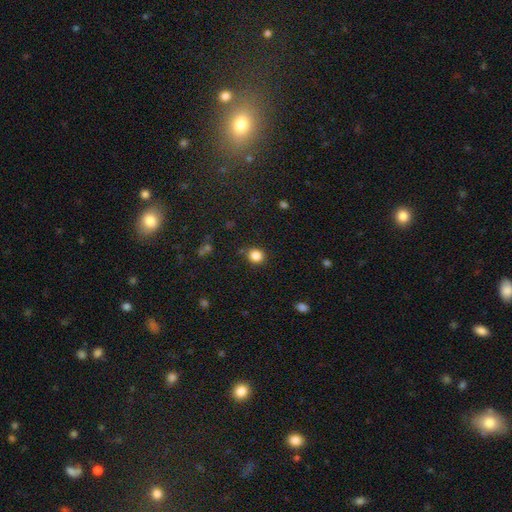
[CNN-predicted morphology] The model was most divided on "how rounded": round: 82%, in between: 17%, cigar-shaped: 1%. More confident: merging — none (85%); smooth or featured — smooth (85%).